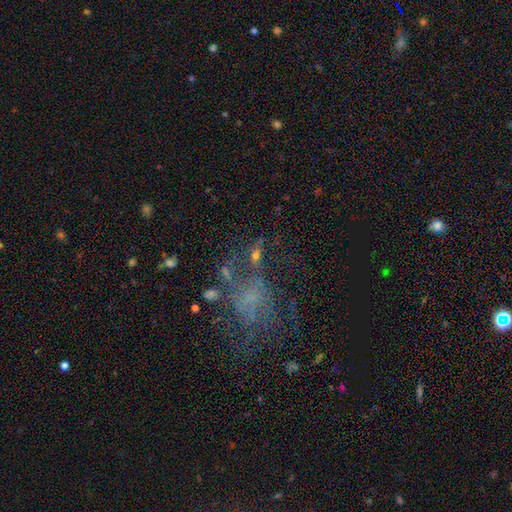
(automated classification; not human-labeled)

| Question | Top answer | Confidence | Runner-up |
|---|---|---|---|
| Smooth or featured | featured or disk | 43% | smooth (29%) |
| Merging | none | 41% | major disturbance (30%) |